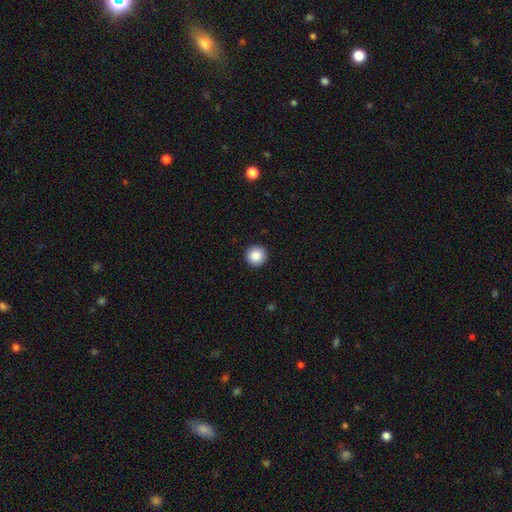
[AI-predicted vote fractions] Smooth or featured: smooth — 87% (star or artifact — 9%)
How rounded: round — 96% (in between — 3%)
Merging: none — 93% (minor disturbance — 5%)